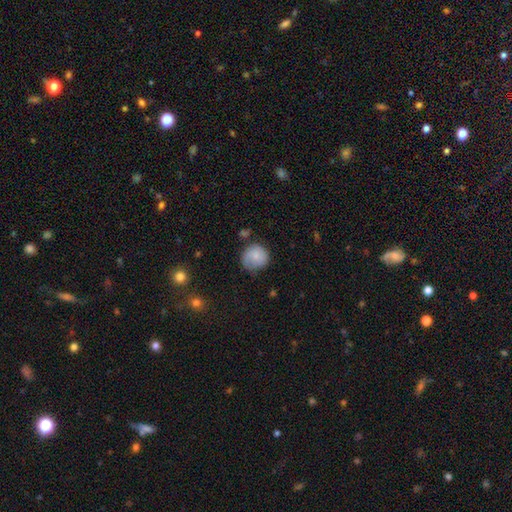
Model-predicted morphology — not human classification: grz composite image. It shows a smooth galaxy with no disk features (70%) that is round (85%). Merging: none (62%).